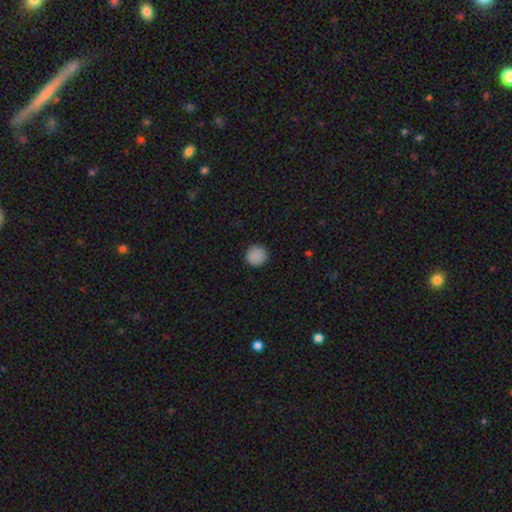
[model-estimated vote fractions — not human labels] A smooth galaxy with no disk features (88%) that is round (93%).

Vote fractions:
- Smooth or featured? smooth: 88% / star or artifact: 9% / featured or disk: 3%
- How rounded? round: 93% / in between: 6% / cigar-shaped: 1%
- Merging? none: 92% / minor disturbance: 6% / major disturbance: 2% / merger: 1%